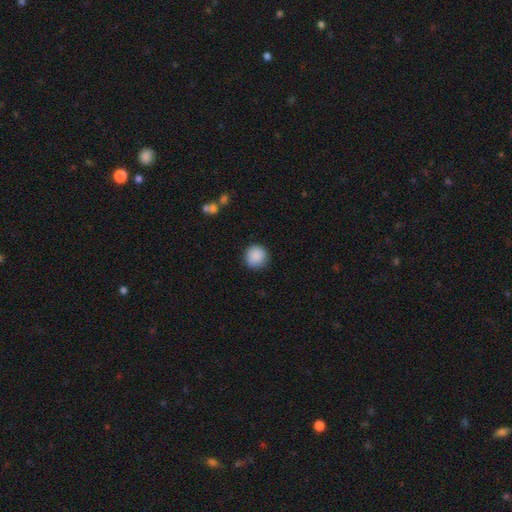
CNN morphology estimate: This is clearly a smooth galaxy (89%). How rounded: clearly round (93%). Merging: clearly none (87%).